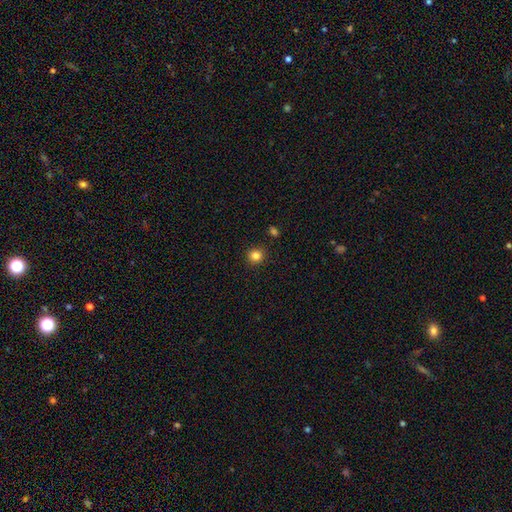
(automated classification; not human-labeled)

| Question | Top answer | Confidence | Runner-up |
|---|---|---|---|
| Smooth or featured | smooth | 83% | star or artifact (12%) |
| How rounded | round | 91% | in between (8%) |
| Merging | none | 90% | minor disturbance (6%) |